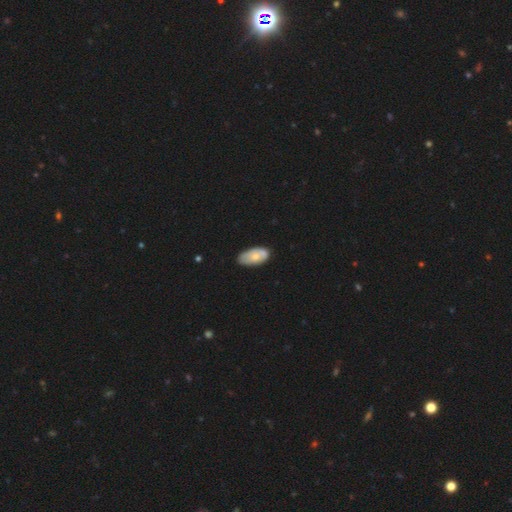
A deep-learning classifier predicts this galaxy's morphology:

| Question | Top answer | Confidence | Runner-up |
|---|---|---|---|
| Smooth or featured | smooth | 64% | featured or disk (30%) |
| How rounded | in between | 94% | cigar-shaped (3%) |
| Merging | none | 69% | minor disturbance (24%) |